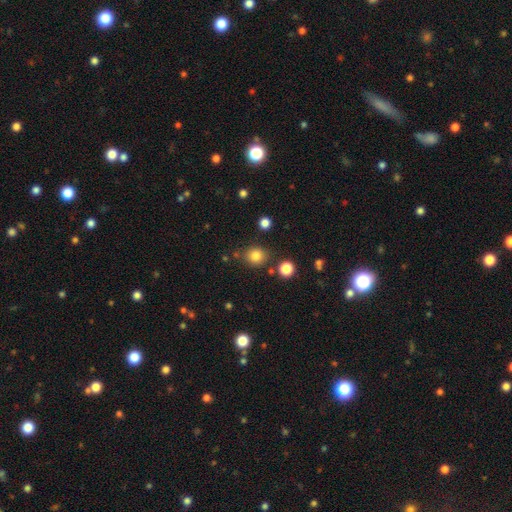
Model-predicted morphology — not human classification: type=smooth (83%); roundness=round (81%); merging=none (81%).